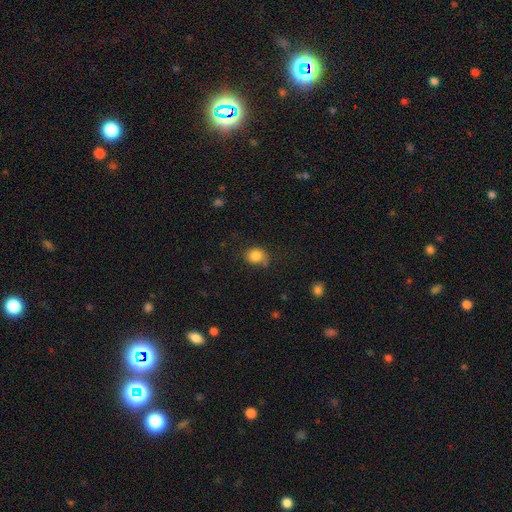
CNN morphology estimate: Q: Smooth or featured?
A: smooth (83%); runner-up: star or artifact (10%)
Q: How rounded?
A: round (63%); runner-up: in between (37%)
Q: Merging?
A: none (62%); runner-up: minor disturbance (27%)